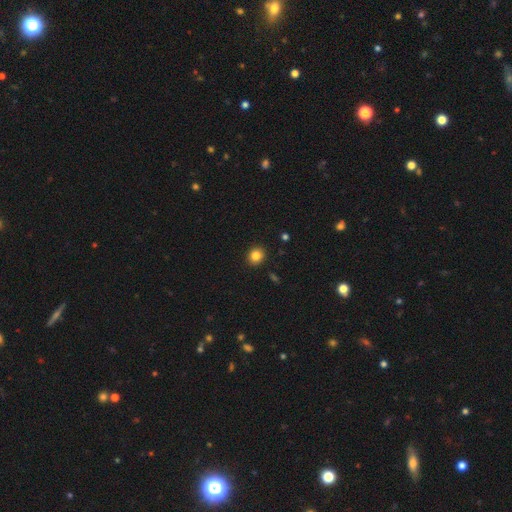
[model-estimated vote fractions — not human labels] Q: Smooth or featured?
A: smooth (84%); runner-up: star or artifact (11%)
Q: How rounded?
A: round (81%); runner-up: in between (18%)
Q: Merging?
A: none (91%); runner-up: minor disturbance (6%)